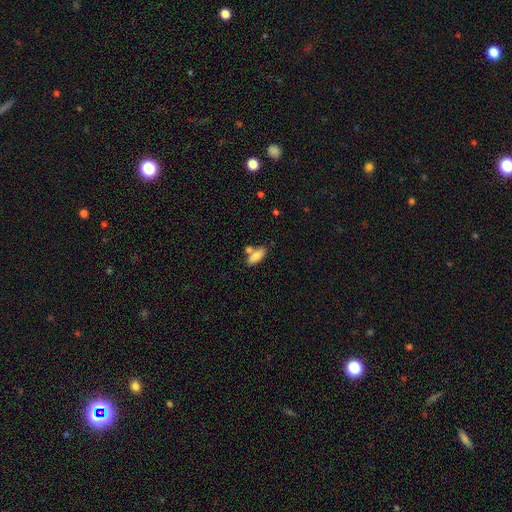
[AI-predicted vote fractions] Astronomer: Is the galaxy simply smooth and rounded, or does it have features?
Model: smooth — 83%.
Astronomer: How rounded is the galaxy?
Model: in between — 75%.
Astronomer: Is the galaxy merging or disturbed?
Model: none — 57%.